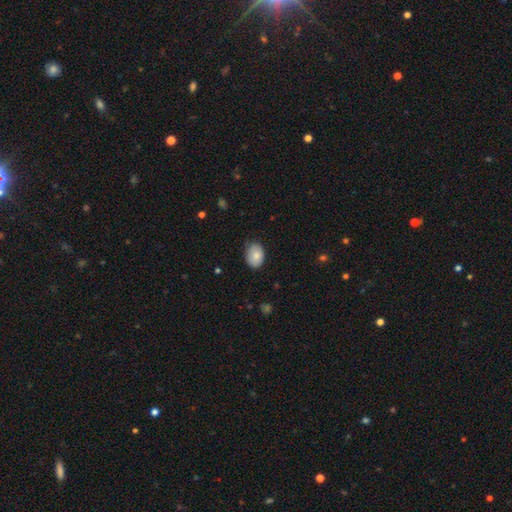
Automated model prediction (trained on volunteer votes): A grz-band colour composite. It shows a smooth galaxy with no disk features (82%) that is in between round and cigar-shaped (74%). Merging: none (75%).